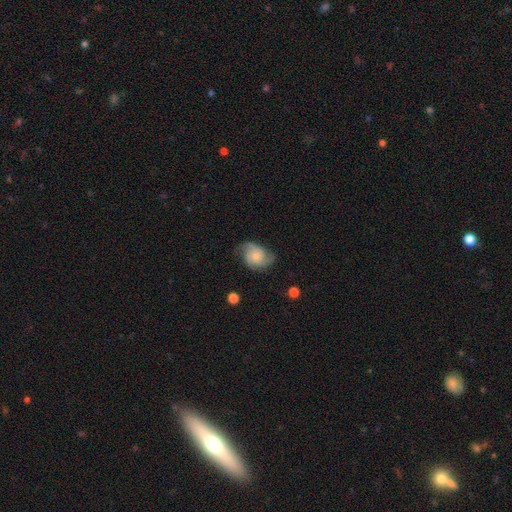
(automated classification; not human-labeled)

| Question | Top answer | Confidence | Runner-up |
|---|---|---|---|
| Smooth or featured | featured or disk | 72% | smooth (21%) |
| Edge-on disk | no | 98% | yes (2%) |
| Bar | no | 75% | weak (23%) |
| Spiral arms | yes | 95% | no (5%) |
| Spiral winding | medium | 47% | tight (34%) |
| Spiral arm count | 3 | 40% | 2 (36%) |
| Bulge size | small | 51% | moderate (32%) |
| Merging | none | 64% | minor disturbance (24%) |